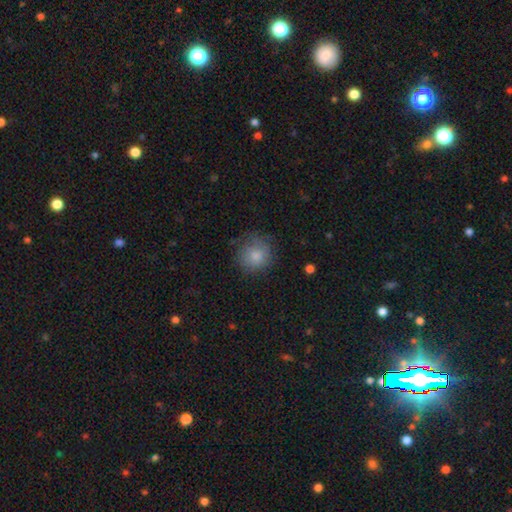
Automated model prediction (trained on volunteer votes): This is clearly a smooth galaxy (80%). How rounded: clearly round (89%). Merging: likely none (69%).